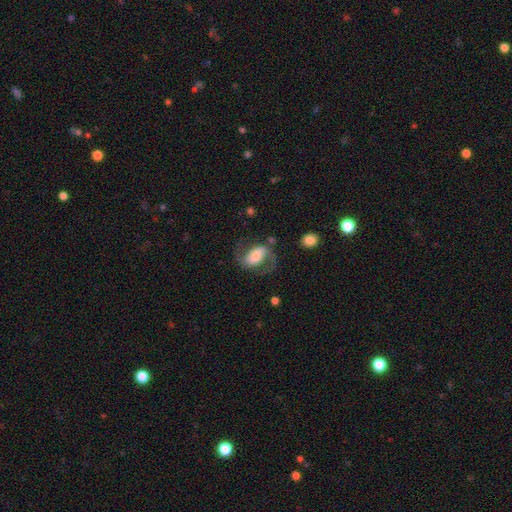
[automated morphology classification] Smooth or featured? featured or disk (68%)
Edge-on disk? no (96%)
Bar? strong (37%)
Spiral arms? yes (91%)
Spiral winding? medium (48%)
Spiral arm count? 2 (88%)
Bulge size? moderate (38%)
Merging? none (60%)